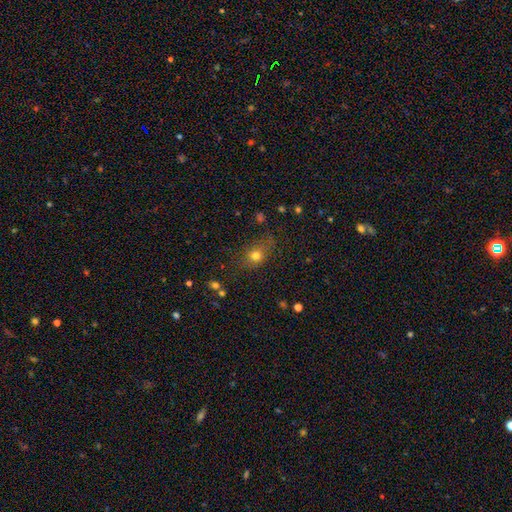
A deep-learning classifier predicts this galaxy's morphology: Q: Smooth or featured?
A: smooth (73%); runner-up: star or artifact (17%)
Q: How rounded?
A: round (57%); runner-up: in between (40%)
Q: Merging?
A: none (70%); runner-up: minor disturbance (18%)